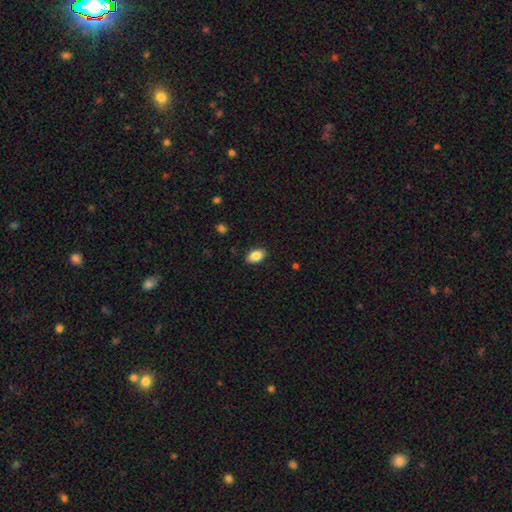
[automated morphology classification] smooth 87%, star or artifact 8%, featured or disk 5%. Down the decision tree: how rounded — in between (88%); merging — none (87%).